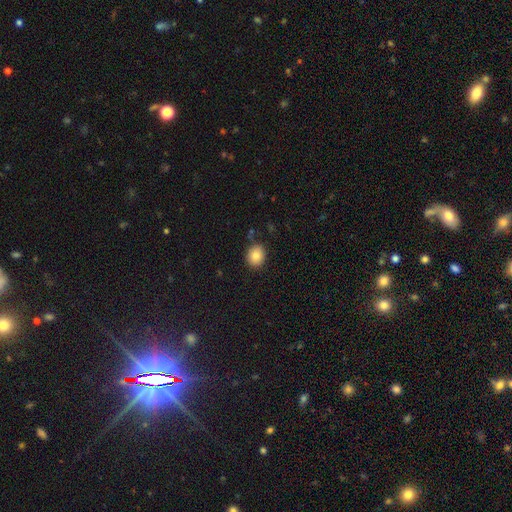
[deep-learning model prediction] Smooth or featured? smooth (84%)
How rounded? round (67%)
Merging? none (84%)